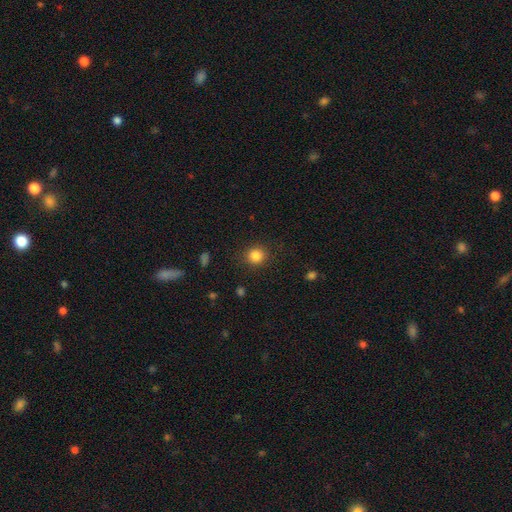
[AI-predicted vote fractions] Overall: smooth (85%). How rounded: round (89%). Merging: none (87%).